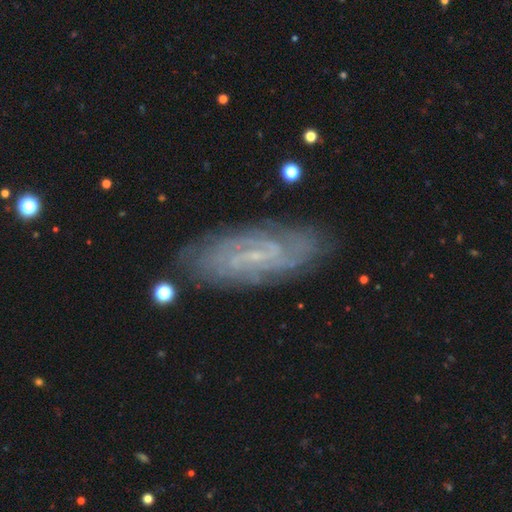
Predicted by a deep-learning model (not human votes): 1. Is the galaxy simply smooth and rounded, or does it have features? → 77% featured or disk, 15% smooth, 8% star or artifact.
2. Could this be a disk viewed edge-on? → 89% no, 11% yes.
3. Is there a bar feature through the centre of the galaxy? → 47% weak, 40% no, 14% strong.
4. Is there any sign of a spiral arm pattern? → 90% yes, 10% no.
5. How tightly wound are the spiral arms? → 54% tight, 32% medium, 13% loose.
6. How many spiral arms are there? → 43% can't tell, 30% 2, 9% 3, 7% 4, 5% more than 4, 5% 1.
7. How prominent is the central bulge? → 78% small, 12% none, 8% moderate, 1% large, 1% dominant.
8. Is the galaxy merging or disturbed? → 82% none, 12% minor disturbance, 3% major disturbance, 2% merger.